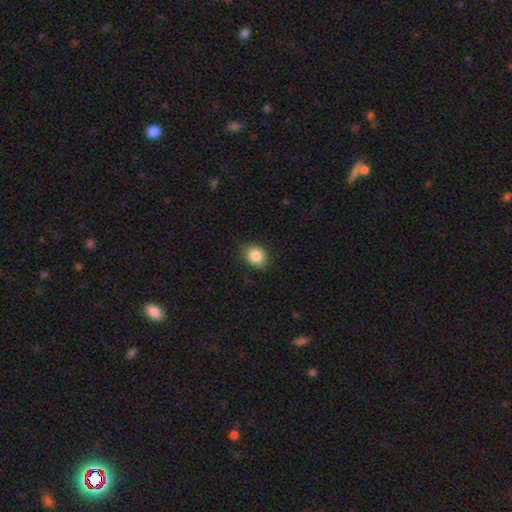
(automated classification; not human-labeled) Overall: smooth (86%). How rounded: round (73%). Merging: none (84%).